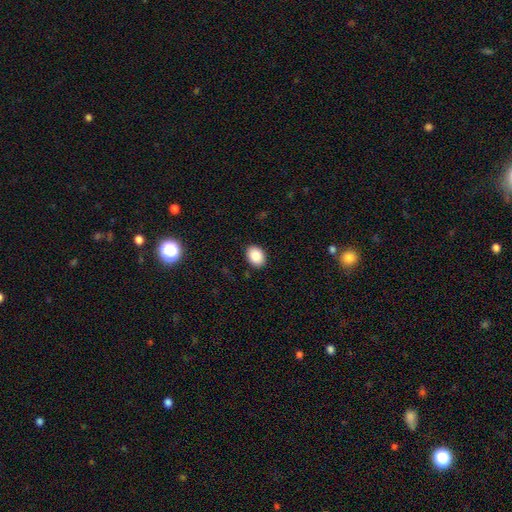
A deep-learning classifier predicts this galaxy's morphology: type=smooth (87%); roundness=in between (71%); merging=none (90%).